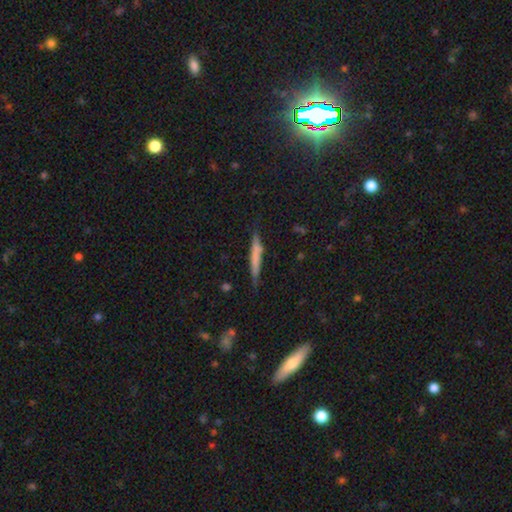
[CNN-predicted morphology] smooth 59%, featured or disk 33%, star or artifact 8%. Down the decision tree: how rounded — cigar-shaped (93%); merging — none (78%).